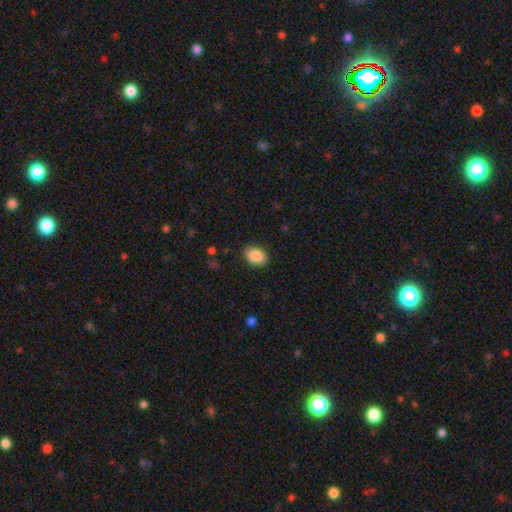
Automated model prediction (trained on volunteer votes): Morphology: type=smooth (89%); roundness=in between (70%); merging=none (87%).